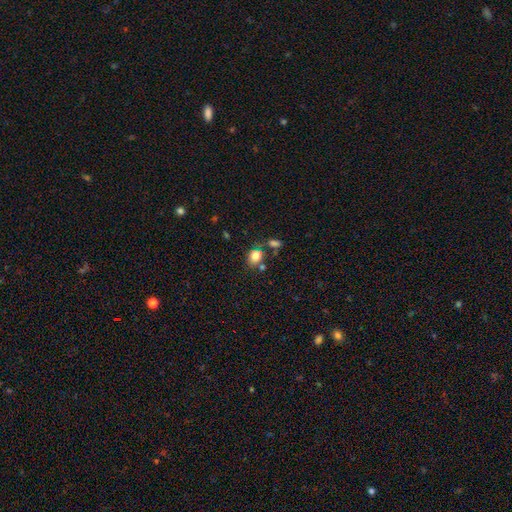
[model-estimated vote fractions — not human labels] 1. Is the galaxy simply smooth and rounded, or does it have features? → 81% smooth, 11% star or artifact, 8% featured or disk.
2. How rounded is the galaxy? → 54% round, 45% in between, 1% cigar-shaped.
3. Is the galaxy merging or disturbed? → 62% none, 17% merger, 15% minor disturbance, 6% major disturbance.